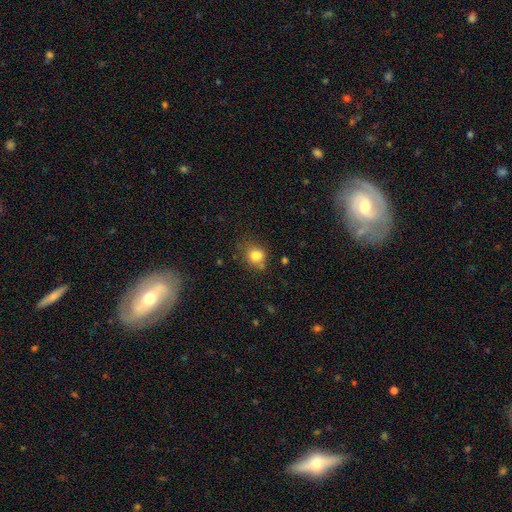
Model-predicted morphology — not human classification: Smooth or featured?
  - smooth: 81% *
  - star or artifact: 11%
  - featured or disk: 8%
How rounded?
  - round: 62% *
  - in between: 37%
  - cigar-shaped: 1%
Merging?
  - none: 57% *
  - minor disturbance: 25%
  - merger: 9%
  - major disturbance: 8%